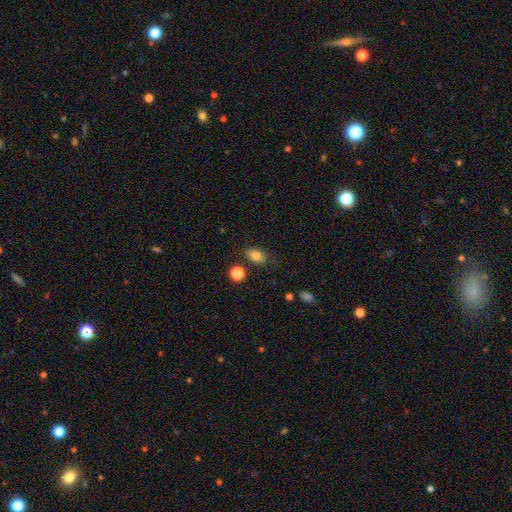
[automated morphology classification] Overall: smooth (83%). How rounded: in between (80%). Merging: none (79%).